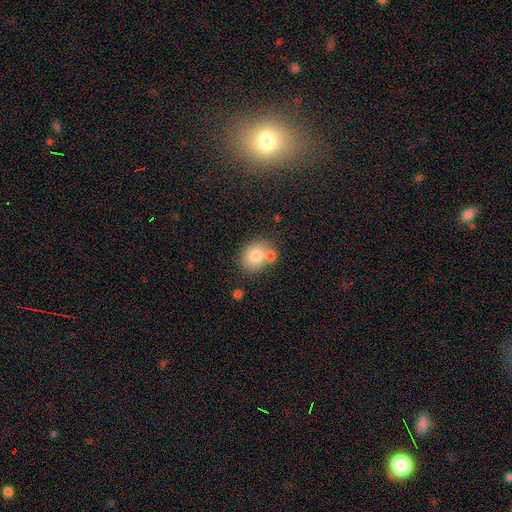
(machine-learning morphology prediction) Q: Smooth or featured?
A: smooth (80%); runner-up: featured or disk (11%)
Q: How rounded?
A: round (61%); runner-up: in between (38%)
Q: Merging?
A: none (58%); runner-up: merger (26%)